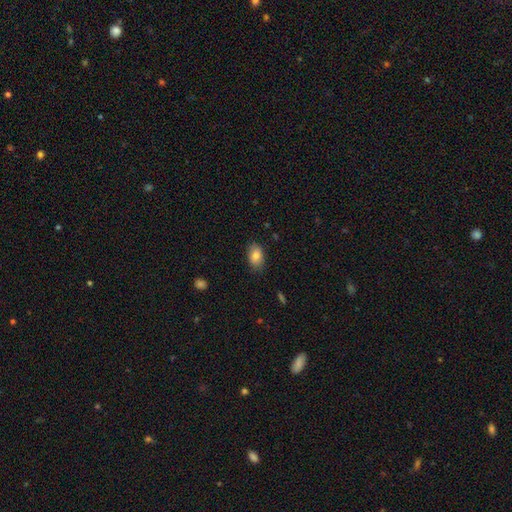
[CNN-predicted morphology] This is clearly a smooth galaxy (82%). How rounded: clearly in between (89%). Merging: clearly none (81%).